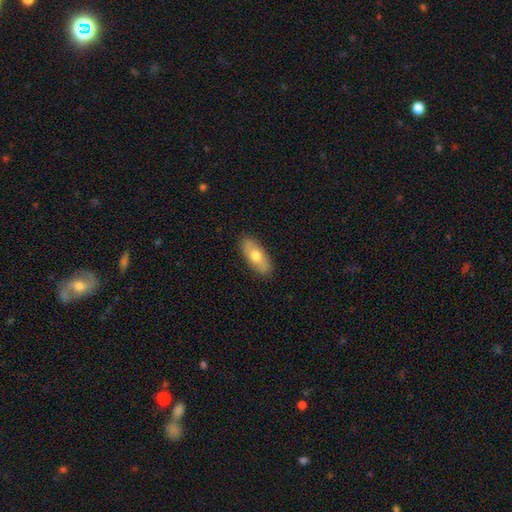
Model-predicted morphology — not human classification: Smooth or featured? smooth (65%)
How rounded? in between (86%)
Merging? none (87%)